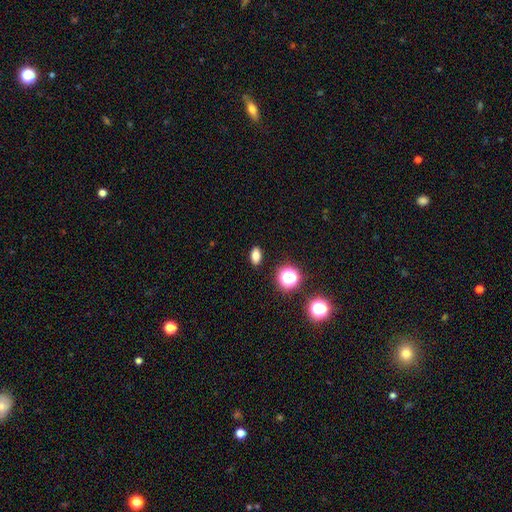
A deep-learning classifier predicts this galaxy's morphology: A smooth galaxy with no disk features (79%) that is in between round and cigar-shaped (82%).

Vote fractions:
- Smooth or featured? smooth: 79% / star or artifact: 15% / featured or disk: 5%
- How rounded? in between: 82% / round: 15% / cigar-shaped: 3%
- Merging? none: 89% / minor disturbance: 7% / major disturbance: 2% / merger: 1%